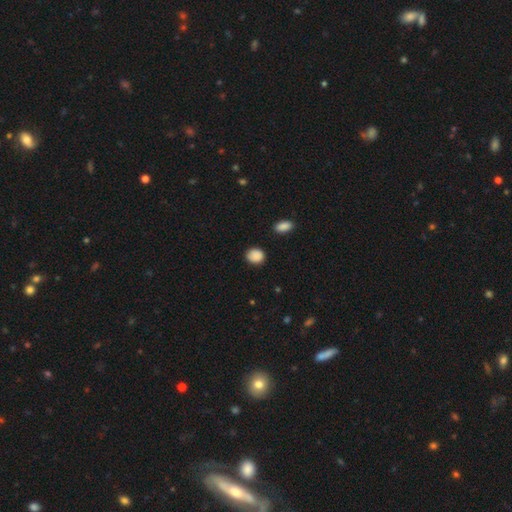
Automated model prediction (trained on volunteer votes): smooth_or_featured: smooth (p=0.89) [alt: star or artifact p=0.08]
how_rounded: round (p=0.64) [alt: in between p=0.34]
merging: none (p=0.86) [alt: minor disturbance p=0.10]